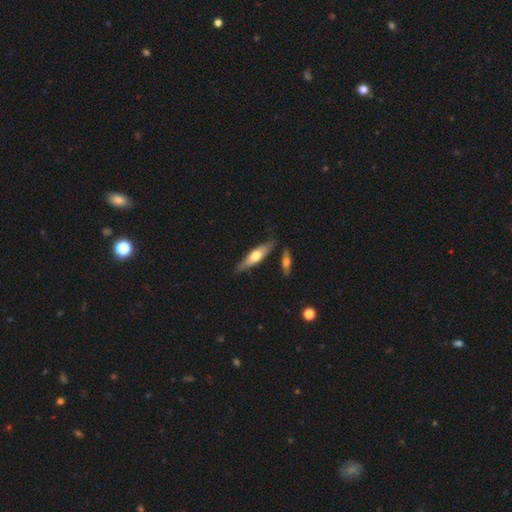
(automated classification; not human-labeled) A smooth galaxy with no disk features (48%). Merging: none (77%).